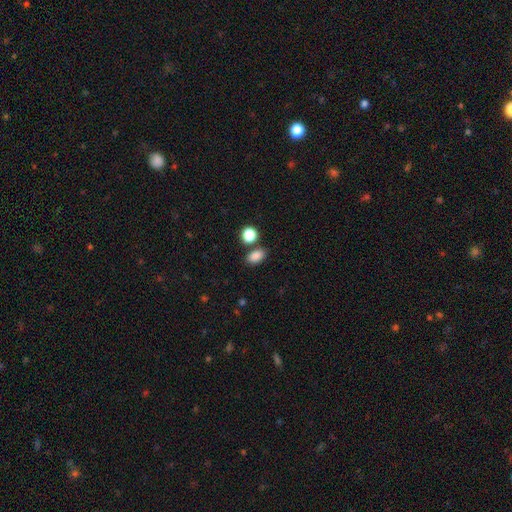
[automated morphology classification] A smooth galaxy with no disk features (86%) that is in between round and cigar-shaped (83%).

Vote fractions:
- Smooth or featured? smooth: 86% / star or artifact: 10% / featured or disk: 4%
- How rounded? in between: 83% / round: 15% / cigar-shaped: 2%
- Merging? none: 72% / merger: 13% / minor disturbance: 11% / major disturbance: 3%